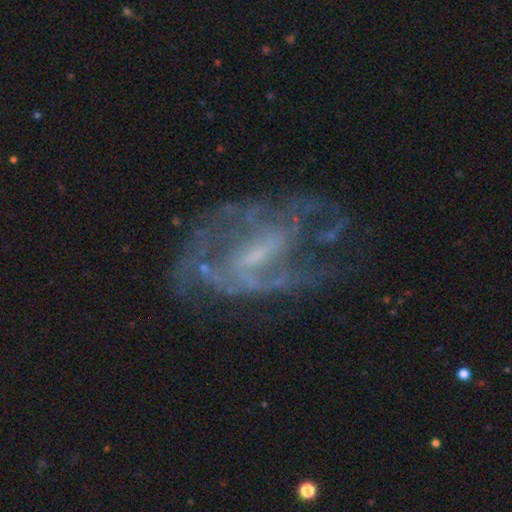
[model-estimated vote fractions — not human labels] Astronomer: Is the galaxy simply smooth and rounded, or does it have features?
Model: featured or disk — 84%.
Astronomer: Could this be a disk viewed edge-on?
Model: no — 96%.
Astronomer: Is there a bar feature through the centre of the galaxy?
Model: weak — 52% (runner-up: no, 27%).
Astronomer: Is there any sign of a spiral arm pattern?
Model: yes — 84%.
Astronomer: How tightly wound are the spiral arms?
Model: medium — 46% (runner-up: tight, 30%).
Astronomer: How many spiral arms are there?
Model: can't tell — 36% (runner-up: 2, 31%).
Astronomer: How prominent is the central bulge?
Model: small — 52%.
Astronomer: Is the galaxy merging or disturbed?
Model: none — 51% (runner-up: major disturbance, 26%).